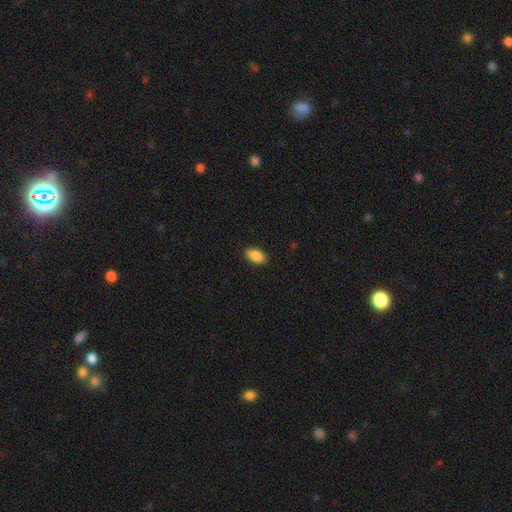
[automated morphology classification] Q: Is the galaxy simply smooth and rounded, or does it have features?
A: smooth — 88%.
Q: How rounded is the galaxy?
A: in between — 93%.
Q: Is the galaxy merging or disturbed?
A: none — 89%.